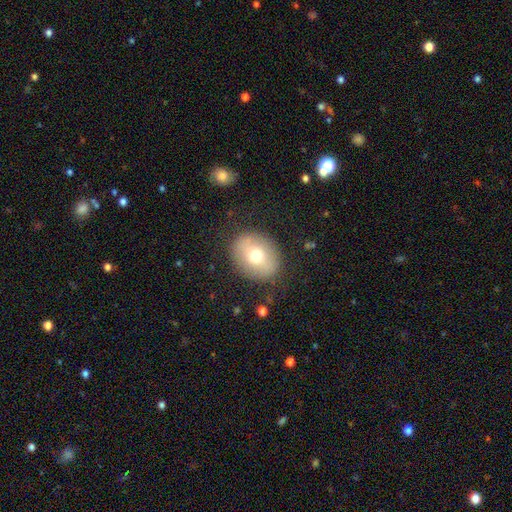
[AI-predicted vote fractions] This appears to be a smooth galaxy with no disk features (67%) that is round (55%). Merging: none (85%).